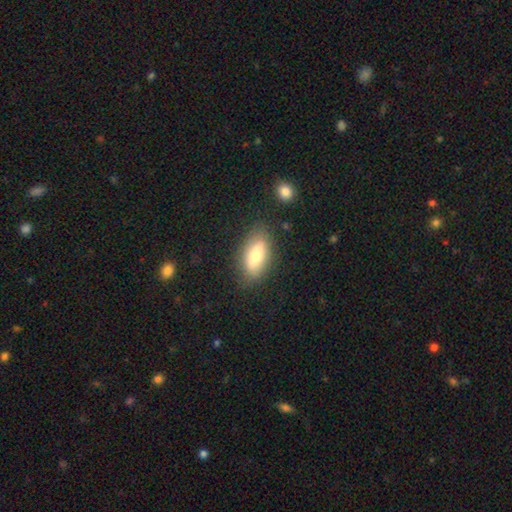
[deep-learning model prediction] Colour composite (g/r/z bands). It shows a smooth galaxy with no disk features (75%) that is in between round and cigar-shaped (83%). Merging: none (80%).